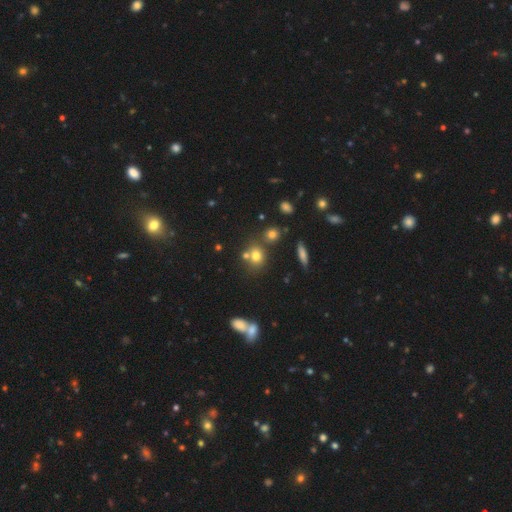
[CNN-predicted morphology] Smooth or featured? smooth (70%)
How rounded? round (70%)
Merging? none (57%)